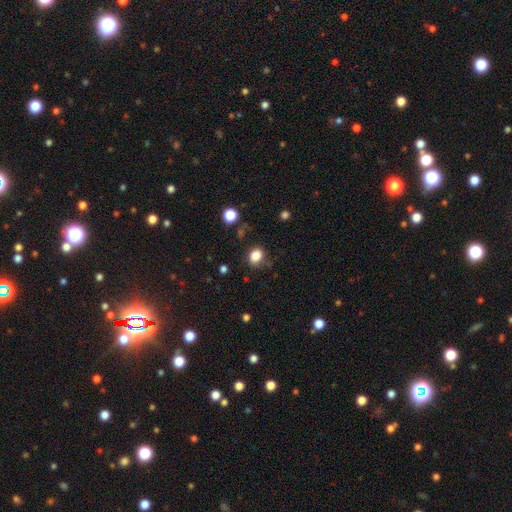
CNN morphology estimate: smooth 84%, star or artifact 11%, featured or disk 5%. Down the decision tree: how rounded — round (50%); merging — none (79%).